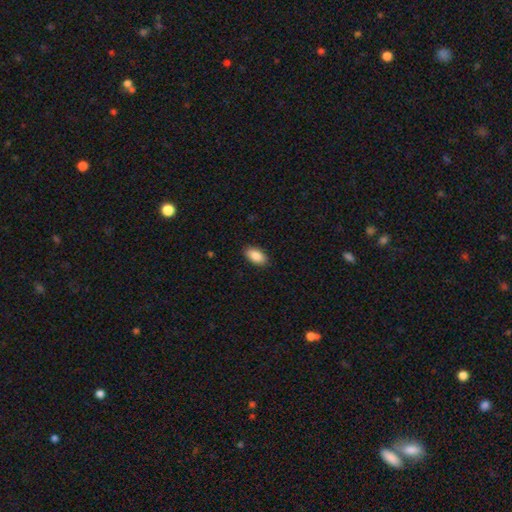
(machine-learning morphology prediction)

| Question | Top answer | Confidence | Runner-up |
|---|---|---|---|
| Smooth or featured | smooth | 88% | star or artifact (7%) |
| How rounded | in between | 93% | cigar-shaped (4%) |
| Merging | none | 89% | minor disturbance (8%) |